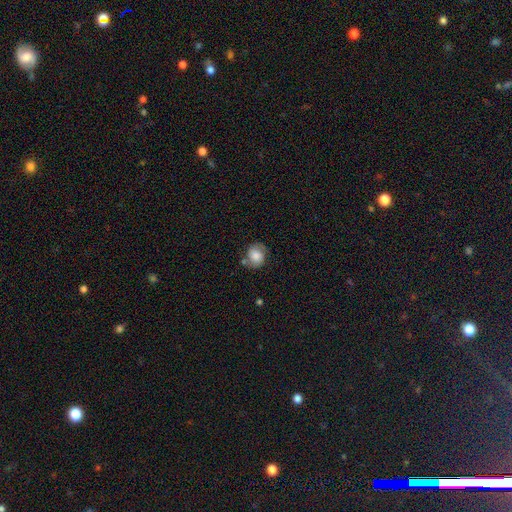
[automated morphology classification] Smooth or featured: smooth — 55% (featured or disk — 36%)
How rounded: round — 68% (in between — 31%)
Merging: none — 61% (minor disturbance — 23%)